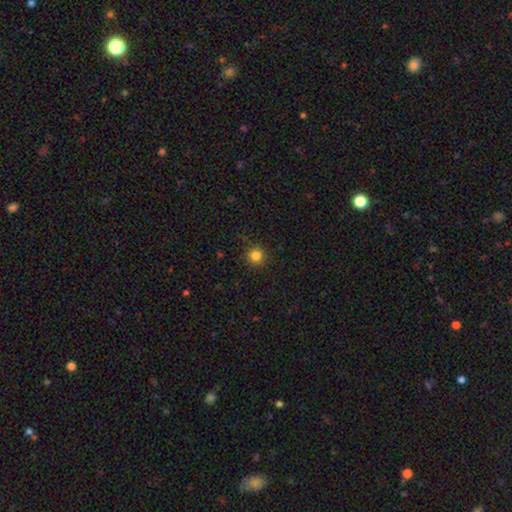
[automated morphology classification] smooth 83%, star or artifact 13%, featured or disk 5%. Down the decision tree: how rounded — round (94%); merging — none (91%).